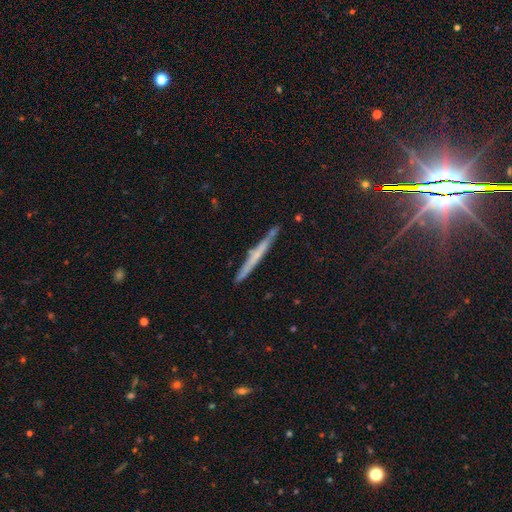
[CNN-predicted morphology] Smooth or featured? Predicted: featured or disk (p=0.50). Merging? Predicted: none (p=0.87).